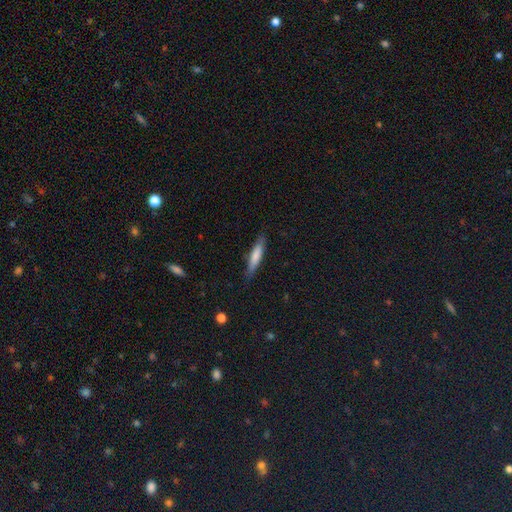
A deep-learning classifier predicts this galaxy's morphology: Smooth or featured?
  - smooth: 71% *
  - featured or disk: 23%
  - star or artifact: 6%
How rounded?
  - cigar-shaped: 85% *
  - in between: 14%
  - round: 1%
Merging?
  - none: 83% *
  - minor disturbance: 13%
  - major disturbance: 3%
  - merger: 1%